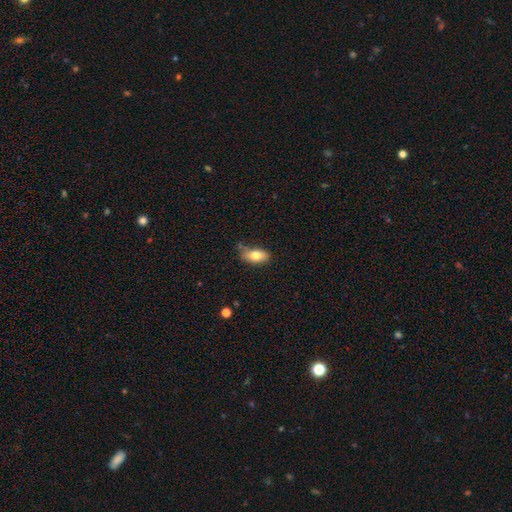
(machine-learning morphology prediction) Smooth or featured: smooth — 76% (featured or disk — 16%)
How rounded: in between — 88% (cigar-shaped — 7%)
Merging: none — 61% (minor disturbance — 27%)